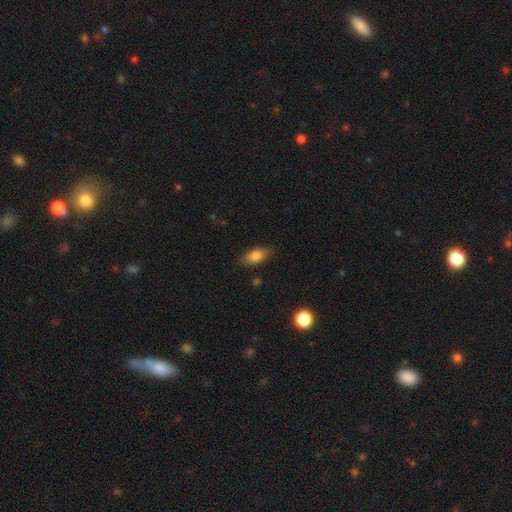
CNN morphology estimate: type=smooth (81%); roundness=in between (86%); merging=none (81%).